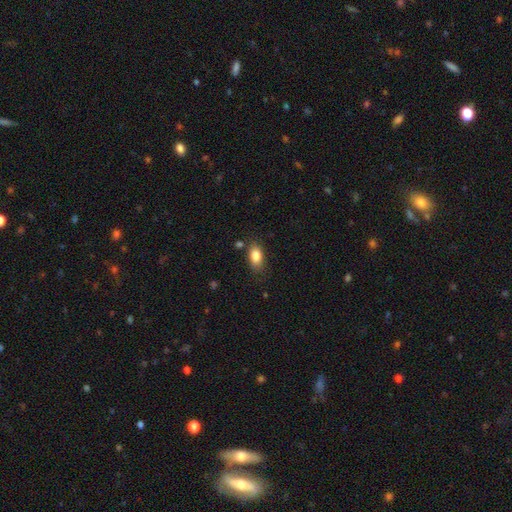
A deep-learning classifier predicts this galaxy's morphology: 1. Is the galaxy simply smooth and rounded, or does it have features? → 85% smooth, 8% star or artifact, 7% featured or disk.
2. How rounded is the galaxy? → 88% in between, 7% round, 5% cigar-shaped.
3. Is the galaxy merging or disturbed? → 77% none, 16% minor disturbance, 4% major disturbance, 4% merger.